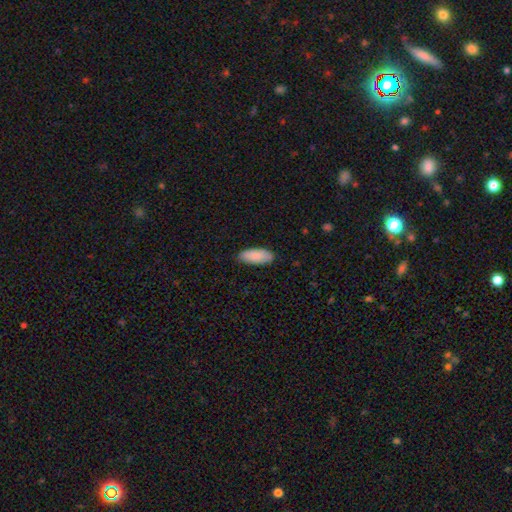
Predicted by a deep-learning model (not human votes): Overall: smooth (88%). How rounded: in between (84%). Merging: none (84%).